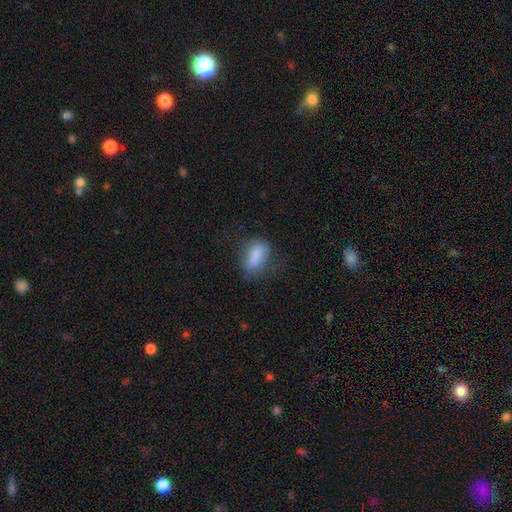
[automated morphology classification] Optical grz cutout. It shows a smooth galaxy with no disk features (79%) that is in between round and cigar-shaped (82%). Merging: none (58%).